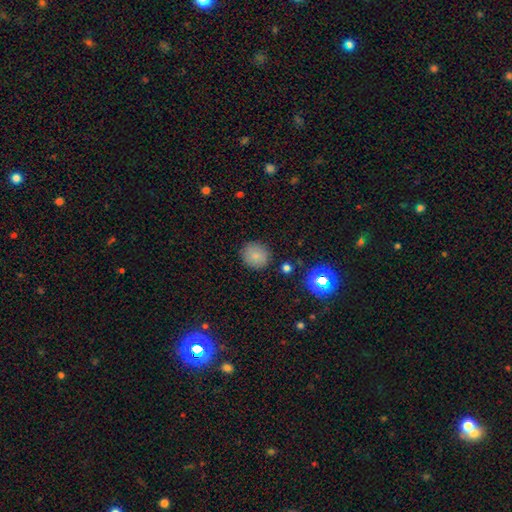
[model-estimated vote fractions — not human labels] A smooth galaxy with no disk features (82%) that is round (86%). Merging: none (87%).